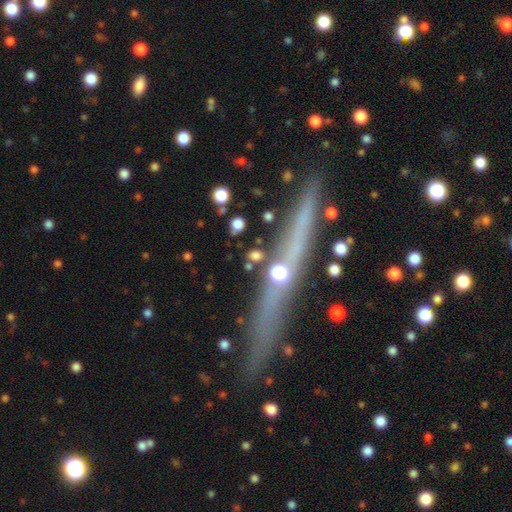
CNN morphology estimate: type=smooth (62%); roundness=round (52%); merging=none (80%).